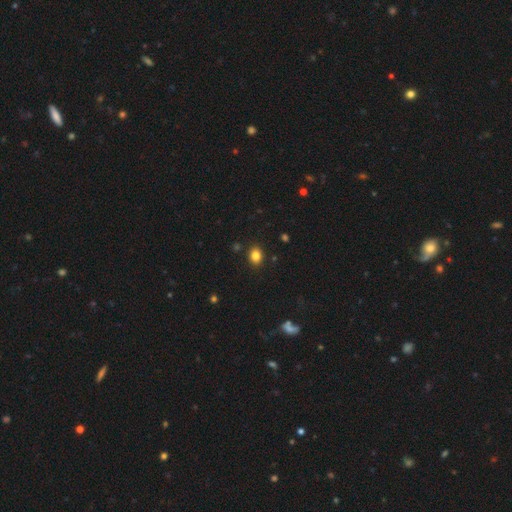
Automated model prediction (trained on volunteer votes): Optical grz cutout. It shows a smooth galaxy with no disk features (83%) that is in between round and cigar-shaped (51%). Merging: none (89%).